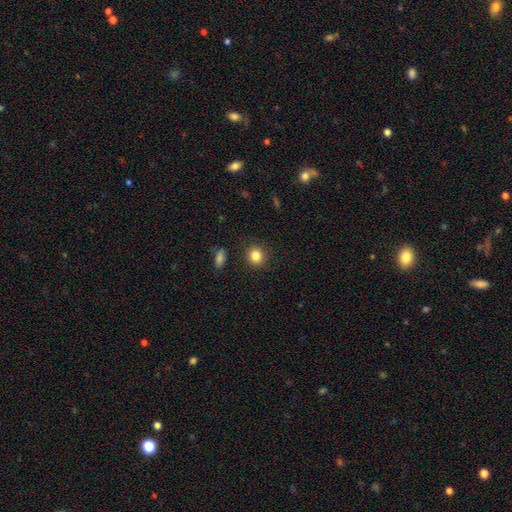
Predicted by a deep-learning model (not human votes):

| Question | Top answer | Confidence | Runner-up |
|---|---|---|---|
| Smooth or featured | smooth | 84% | star or artifact (10%) |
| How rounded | round | 85% | in between (14%) |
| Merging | none | 89% | minor disturbance (7%) |